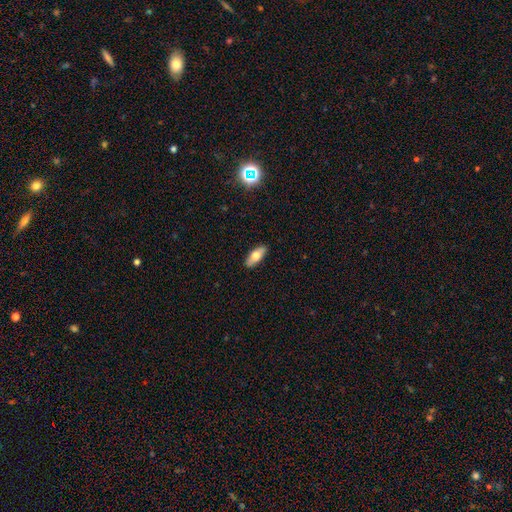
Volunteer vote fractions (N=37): Overall: smooth (70%). How rounded: in between (77%). Merging: none (94%).